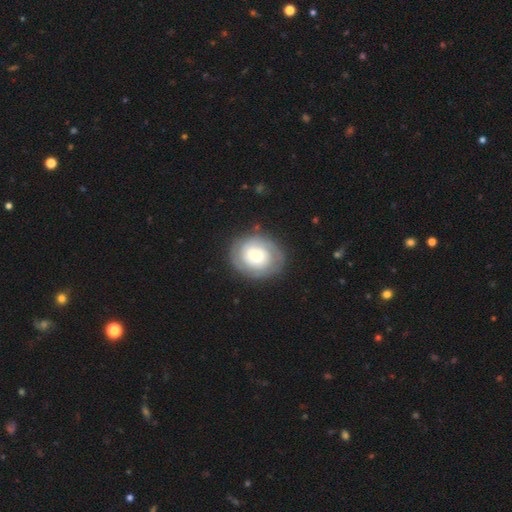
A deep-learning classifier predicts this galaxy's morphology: smooth-or-featured: featured or disk: 55% | smooth: 38% | star or artifact: 7%
  disk-edge-on: no: 98% | yes: 2%
    bar: no: 71% | weak: 22% | strong: 7%
    has-spiral-arms: yes: 79% | no: 21%
    bulge-size: large: 47% | moderate: 19% | small: 15% | dominant: 14% | none: 5%
  merging: none: 77% | minor disturbance: 14% | major disturbance: 7% | merger: 2%